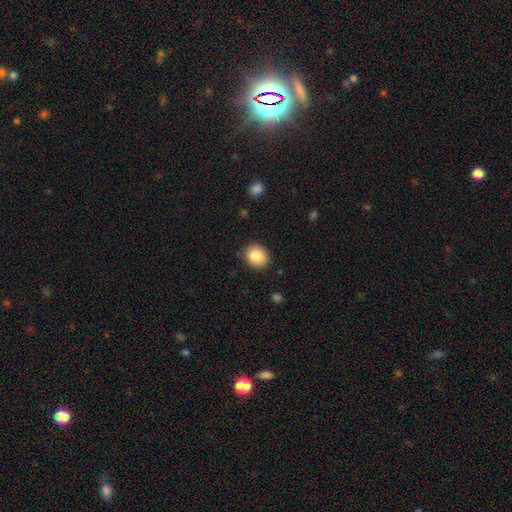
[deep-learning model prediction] Morphology: type=smooth (85%); roundness=round (61%); merging=none (86%).